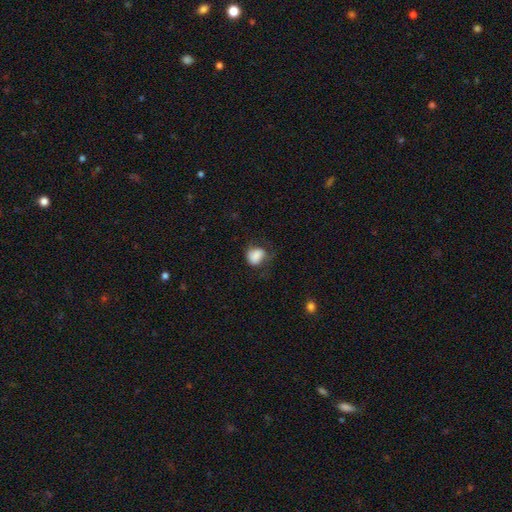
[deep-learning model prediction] Morphology: type=smooth (79%); roundness=in between (50%); merging=none (40%).